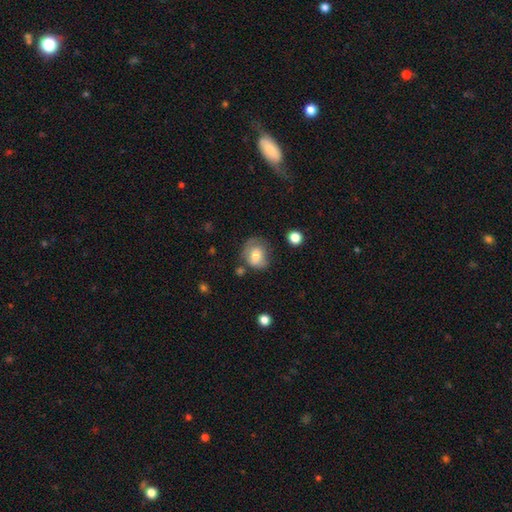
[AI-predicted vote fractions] A smooth galaxy with no disk features (68%) that is round (63%). Merging: none (48%).